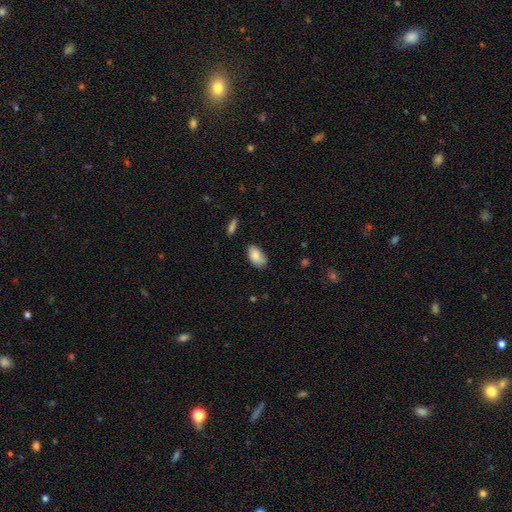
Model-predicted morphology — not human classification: Smooth or featured: smooth — 84% (featured or disk — 9%)
How rounded: in between — 93% (round — 5%)
Merging: none — 67% (minor disturbance — 26%)